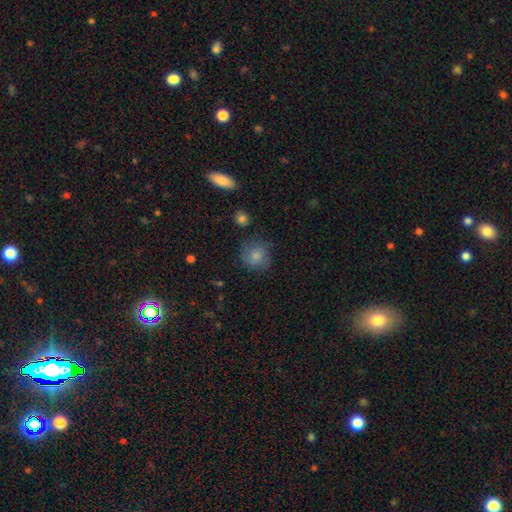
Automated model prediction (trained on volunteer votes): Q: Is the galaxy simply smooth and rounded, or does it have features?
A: smooth — 82%.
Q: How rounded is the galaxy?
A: round — 88%.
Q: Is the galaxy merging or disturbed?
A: none — 74%.